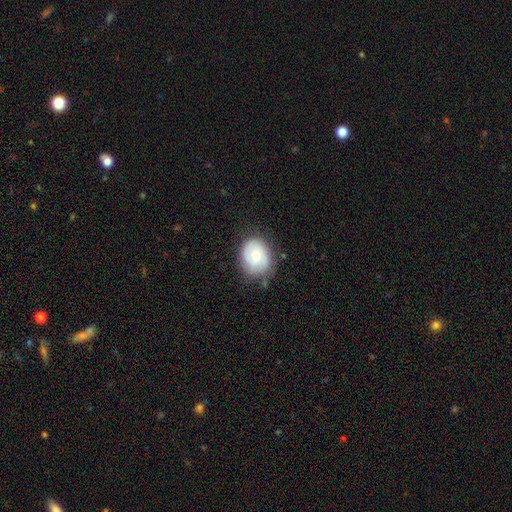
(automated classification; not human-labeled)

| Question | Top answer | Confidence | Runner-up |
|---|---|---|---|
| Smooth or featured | smooth | 56% | featured or disk (37%) |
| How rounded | round | 56% | in between (44%) |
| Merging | none | 70% | minor disturbance (23%) |